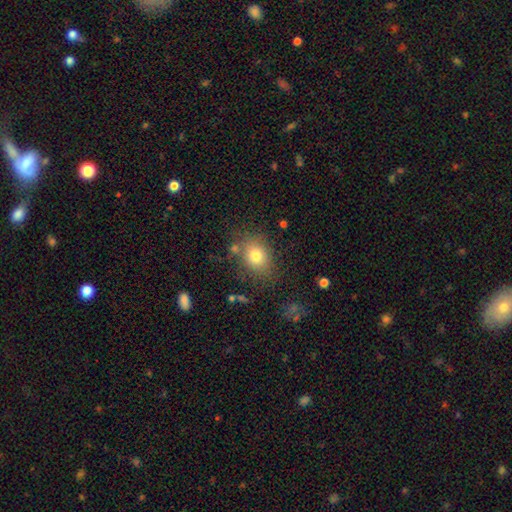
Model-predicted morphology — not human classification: A smooth galaxy with no disk features (77%) that is in between round and cigar-shaped (50%). Merging: none (76%).